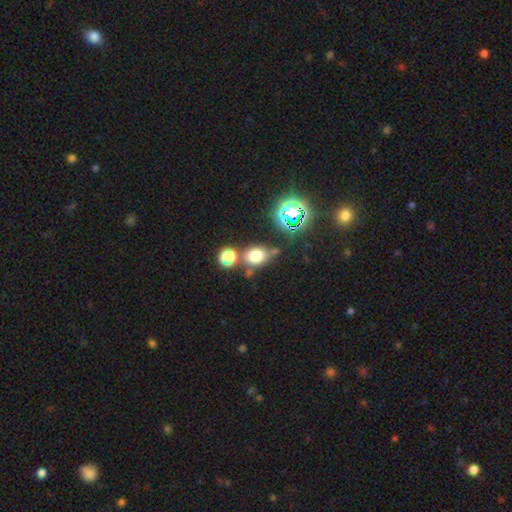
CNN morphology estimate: type=smooth (66%); roundness=in between (56%); merging=none (61%).